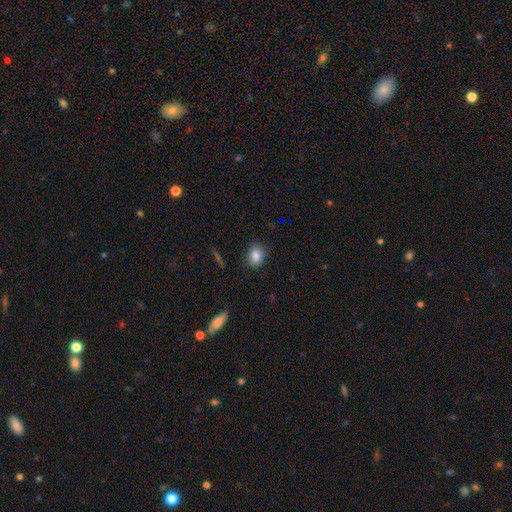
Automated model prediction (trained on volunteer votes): Smooth or featured? Predicted: smooth (p=0.84). How rounded? Predicted: in between (p=0.63). Merging? Predicted: none (p=0.84).